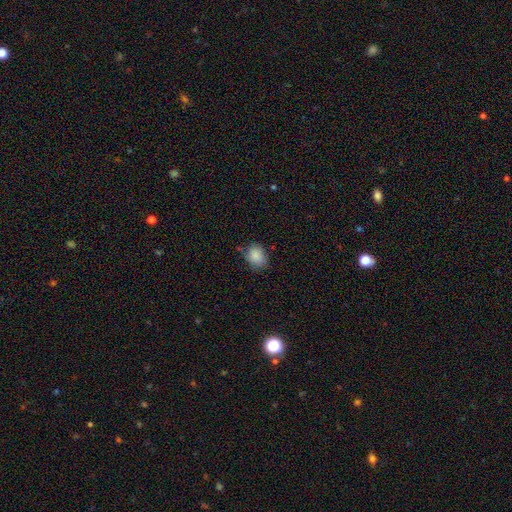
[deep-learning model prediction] smooth 86%, star or artifact 8%, featured or disk 5%. Down the decision tree: how rounded — in between (55%); merging — none (67%).